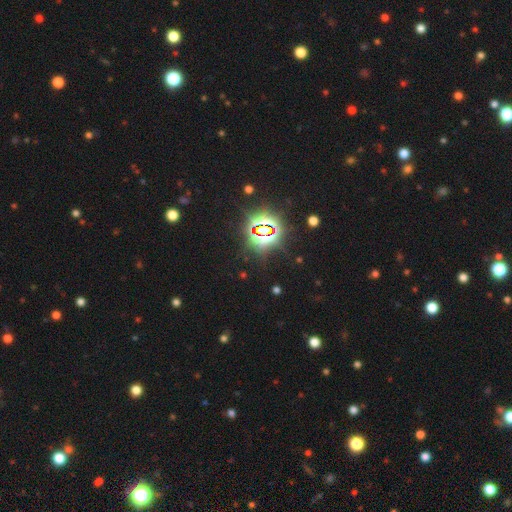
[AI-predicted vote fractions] Smooth or featured? Predicted: star or artifact (p=0.78).